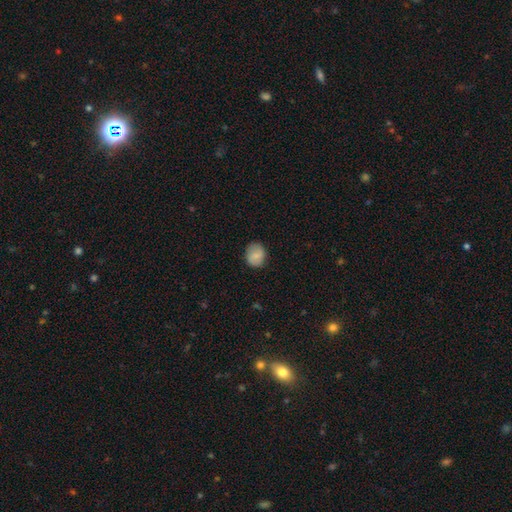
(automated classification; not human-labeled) This is likely a smooth galaxy (78%). How rounded: likely round (69%). Merging: clearly none (82%).